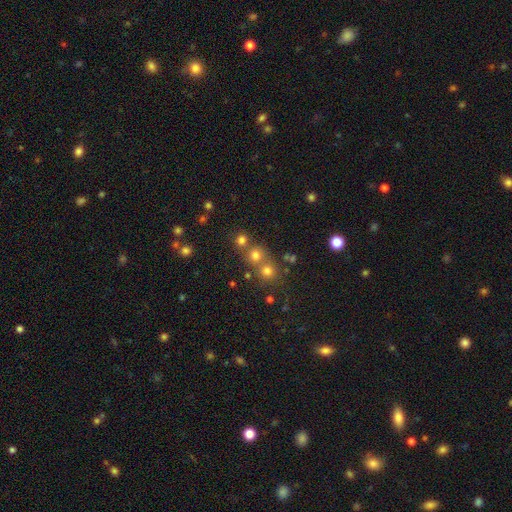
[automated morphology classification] Smooth or featured: smooth — 60% (star or artifact — 30%)
How rounded: round — 89% (in between — 10%)
Merging: none — 60% (merger — 31%)